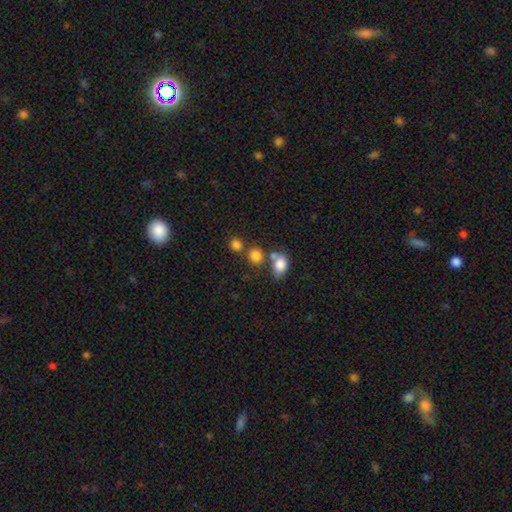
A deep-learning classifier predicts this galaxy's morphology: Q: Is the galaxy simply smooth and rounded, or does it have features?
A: smooth — 80%.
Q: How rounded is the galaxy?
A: round — 76%.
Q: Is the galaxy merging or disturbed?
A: none — 57%.